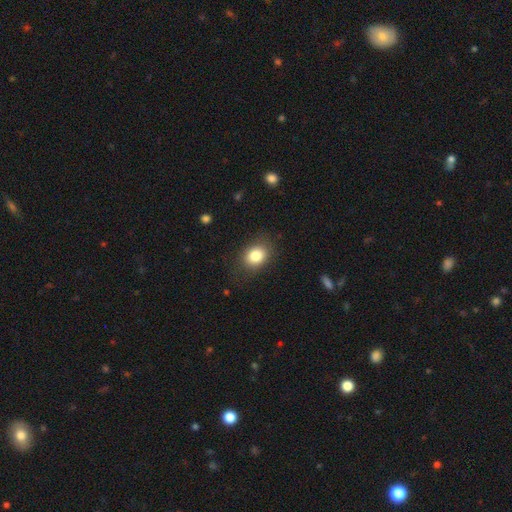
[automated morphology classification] A smooth galaxy with no disk features (83%) that is in between round and cigar-shaped (60%).

Vote fractions:
- Smooth or featured? smooth: 83% / star or artifact: 9% / featured or disk: 8%
- How rounded? in between: 60% / round: 39% / cigar-shaped: 1%
- Merging? none: 80% / minor disturbance: 14% / major disturbance: 5% / merger: 1%